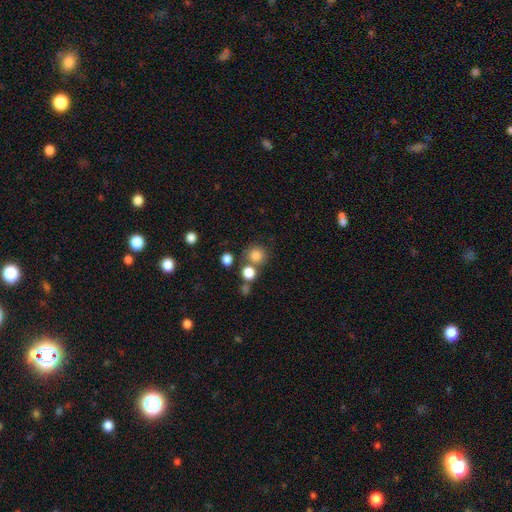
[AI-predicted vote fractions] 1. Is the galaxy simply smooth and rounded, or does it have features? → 81% smooth, 12% star or artifact, 6% featured or disk.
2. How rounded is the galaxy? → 91% round, 9% in between, 1% cigar-shaped.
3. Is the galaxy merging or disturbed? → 69% none, 19% merger, 8% minor disturbance, 4% major disturbance.